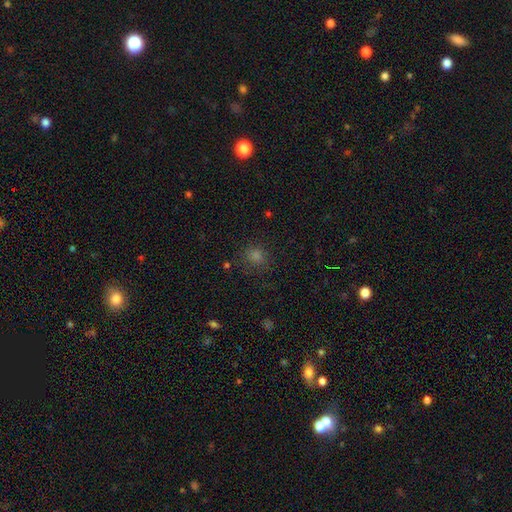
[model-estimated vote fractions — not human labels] Smooth or featured? Predicted: smooth (p=0.67). How rounded? Predicted: round (p=0.86). Merging? Predicted: none (p=0.84).